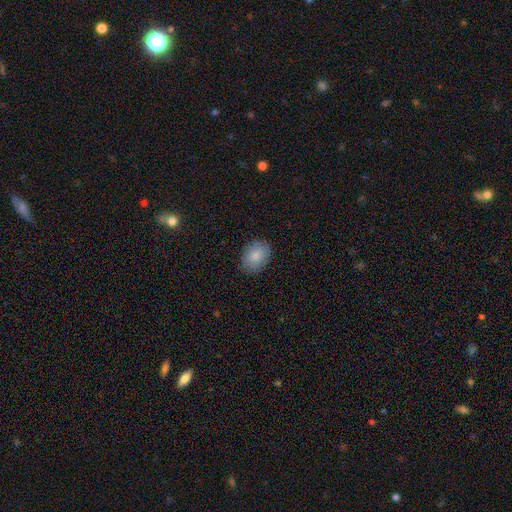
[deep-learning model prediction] smooth_or_featured: smooth (p=0.85) [alt: featured or disk p=0.08]
how_rounded: in between (p=0.73) [alt: round p=0.26]
merging: none (p=0.86) [alt: minor disturbance p=0.11]